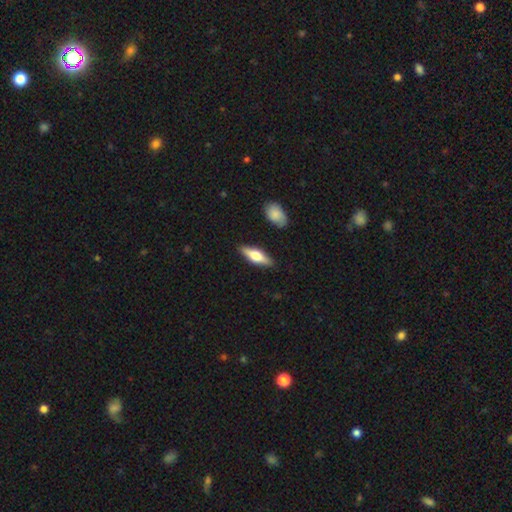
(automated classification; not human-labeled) Morphology: type=smooth (51%); roundness=in between (50%); merging=none (87%).